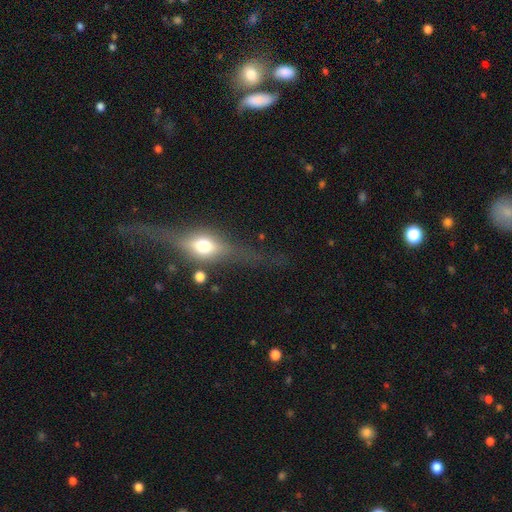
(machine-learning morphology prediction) smooth-or-featured: featured or disk: 81% | smooth: 10% | star or artifact: 9%
  disk-edge-on: yes: 93% | no: 7%
    edge-on-bulge: rounded: 93% | boxy: 5% | none: 2%
  merging: none: 78% | minor disturbance: 13% | major disturbance: 6% | merger: 3%